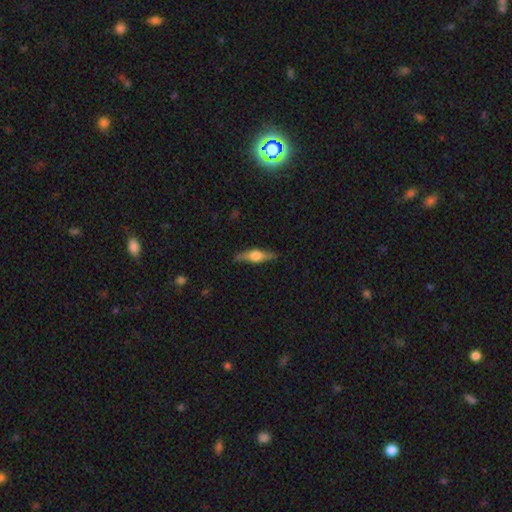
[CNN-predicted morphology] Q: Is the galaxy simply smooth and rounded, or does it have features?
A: featured or disk — 68%.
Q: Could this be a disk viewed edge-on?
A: yes — 96%.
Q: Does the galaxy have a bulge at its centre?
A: rounded — 93%.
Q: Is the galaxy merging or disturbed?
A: none — 87%.